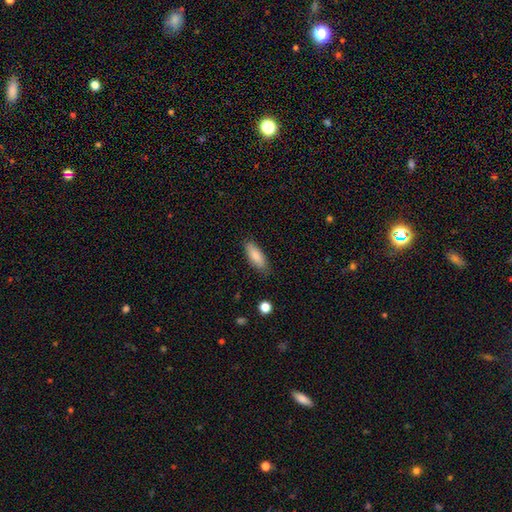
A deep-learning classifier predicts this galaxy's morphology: smooth-or-featured: smooth: 82% | featured or disk: 12% | star or artifact: 6%
  how-rounded: in between: 72% | cigar-shaped: 26% | round: 2%
  merging: none: 81% | minor disturbance: 15% | major disturbance: 3% | merger: 1%